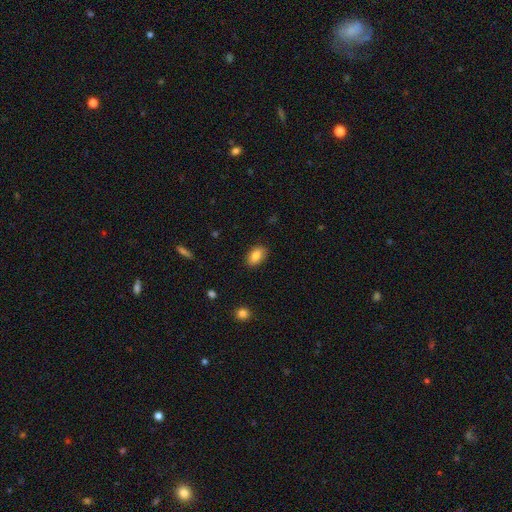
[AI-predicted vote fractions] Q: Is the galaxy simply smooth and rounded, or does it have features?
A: smooth — 83%.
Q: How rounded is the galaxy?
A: in between — 89%.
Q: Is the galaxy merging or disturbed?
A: none — 87%.